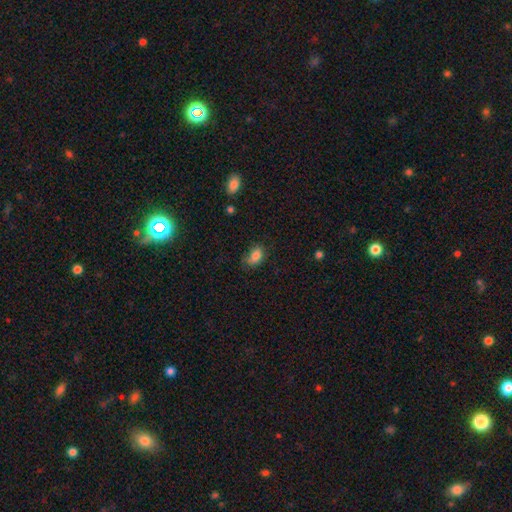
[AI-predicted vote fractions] A smooth galaxy with no disk features (82%) that is in between round and cigar-shaped (86%). Merging: none (57%).